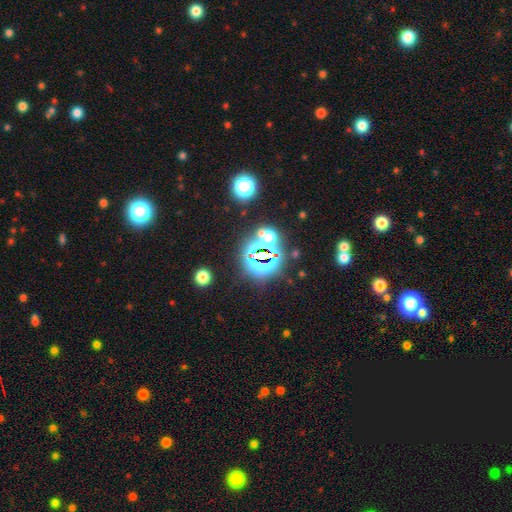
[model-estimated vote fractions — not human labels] star or artifact 73%, smooth 17%, featured or disk 10%.